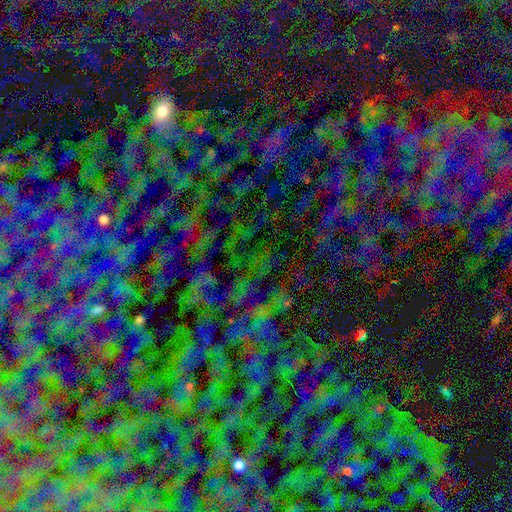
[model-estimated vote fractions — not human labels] A star or artifact, not a galaxy (70%).